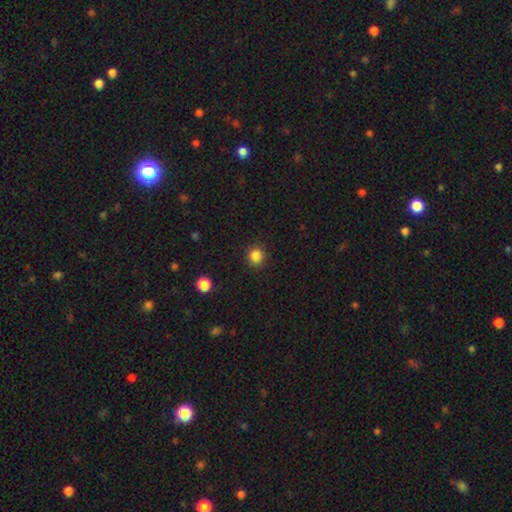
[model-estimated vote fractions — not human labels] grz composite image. It shows a smooth galaxy with no disk features (85%) that is round (92%). Merging: none (90%).